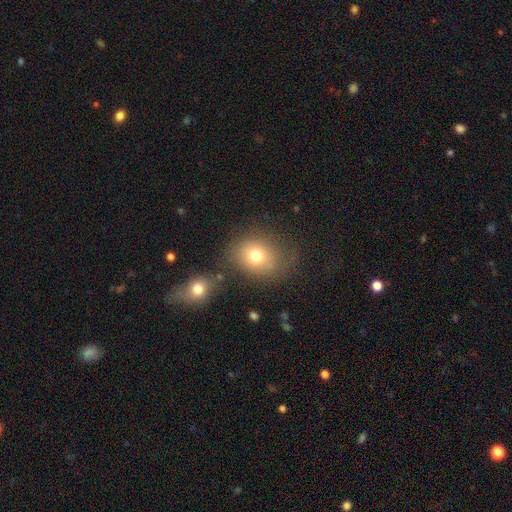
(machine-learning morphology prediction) This appears to be a smooth galaxy with no disk features (74%) that is round (59%). Merging: none (64%).